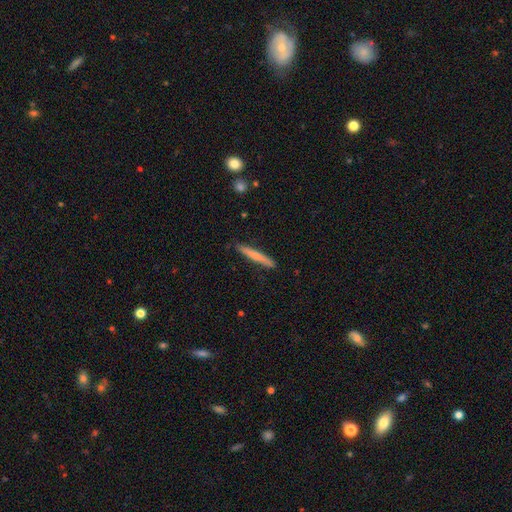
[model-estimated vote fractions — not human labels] This appears to be a smooth galaxy with no disk features (61%) that is cigar-shaped (96%). Merging: none (88%).